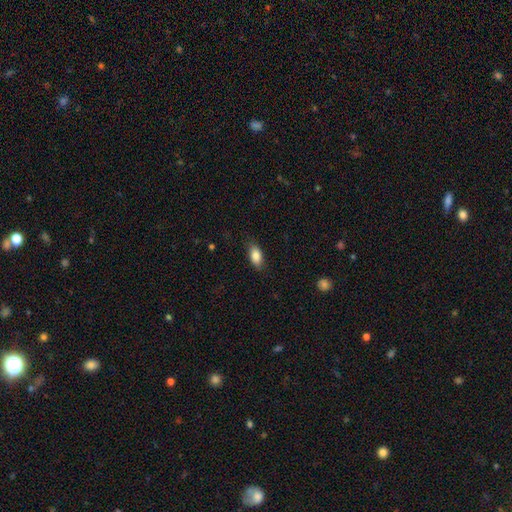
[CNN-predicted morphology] smooth 84%, featured or disk 8%, star or artifact 7%. Down the decision tree: how rounded — in between (89%); merging — none (82%).